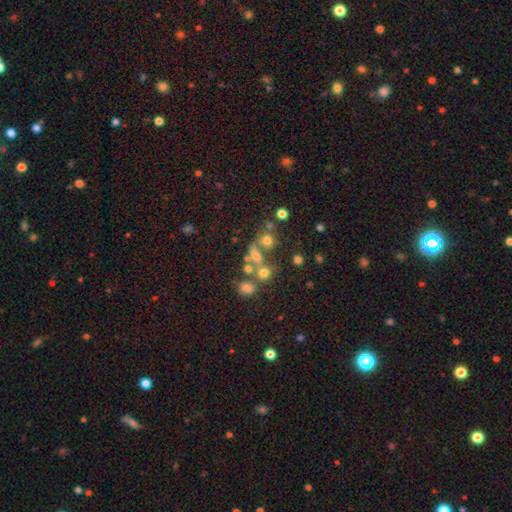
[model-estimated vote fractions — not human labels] Morphology: type=smooth (58%); roundness=round (56%); merging=merger (41%).